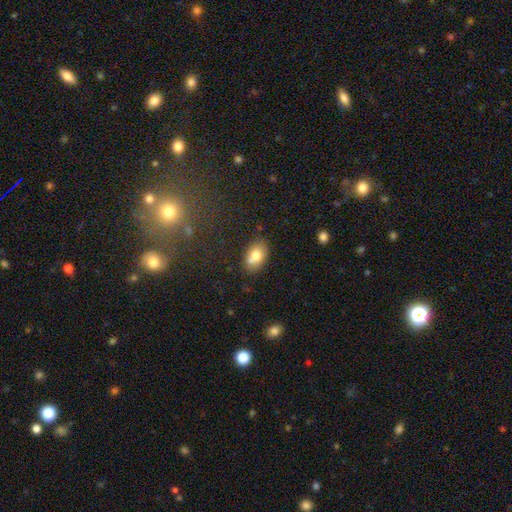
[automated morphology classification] smooth_or_featured: smooth (p=0.74) [alt: featured or disk p=0.17]
how_rounded: in between (p=0.81) [alt: round p=0.18]
merging: none (p=0.62) [alt: merger p=0.19]